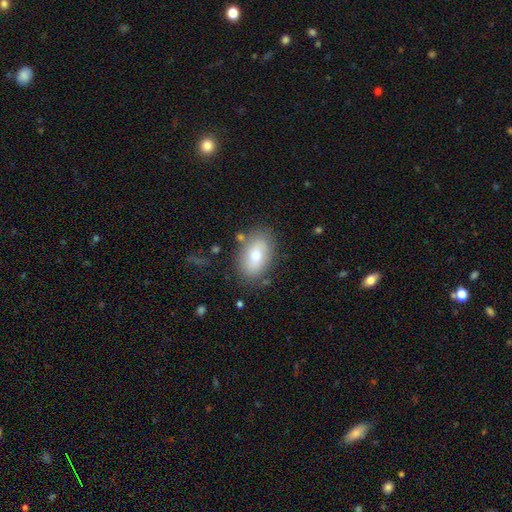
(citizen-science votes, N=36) smooth_or_featured: smooth (p=0.72) [alt: featured or disk p=0.22]
how_rounded: in between (p=0.92) [alt: round p=0.04]
merging: none (p=0.76) [alt: minor disturbance p=0.21]